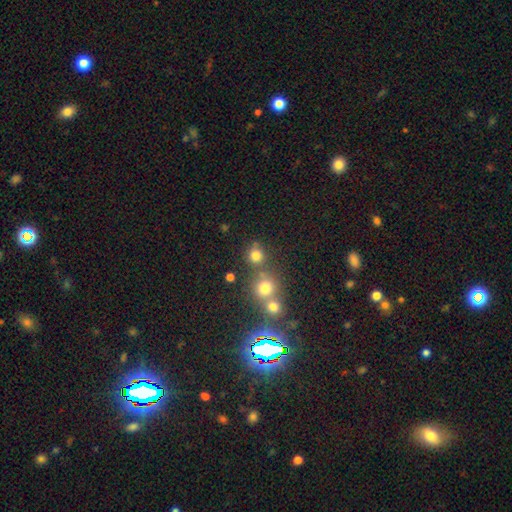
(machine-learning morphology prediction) This appears to be a smooth galaxy with no disk features (76%) that is round (89%). Merging: none (66%).